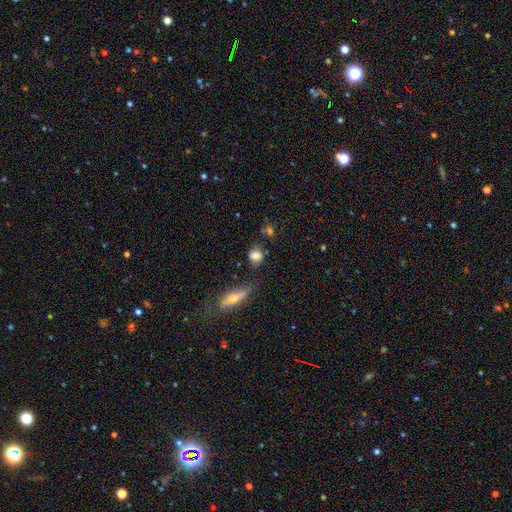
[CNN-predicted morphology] smooth-or-featured: smooth: 77% | featured or disk: 13% | star or artifact: 10%
  how-rounded: round: 51% | in between: 46% | cigar-shaped: 3%
  merging: none: 64% | minor disturbance: 20% | merger: 10% | major disturbance: 7%